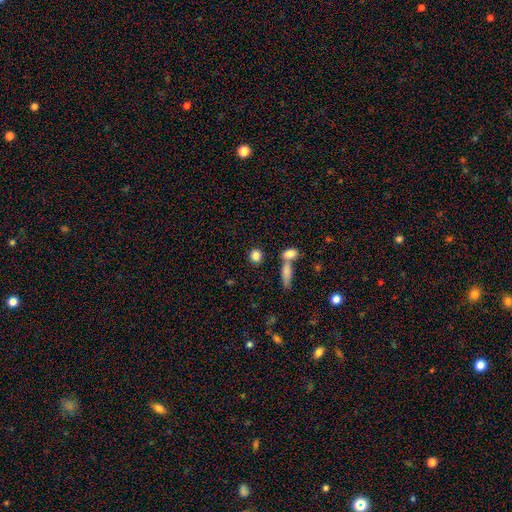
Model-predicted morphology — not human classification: Smooth or featured: smooth — 84% (star or artifact — 9%)
How rounded: round — 72% (in between — 23%)
Merging: none — 72% (merger — 16%)